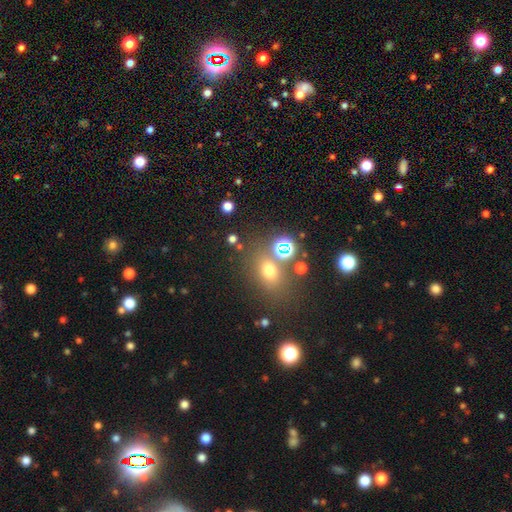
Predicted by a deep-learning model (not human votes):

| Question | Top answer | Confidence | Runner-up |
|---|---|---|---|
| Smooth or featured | smooth | 53% | star or artifact (35%) |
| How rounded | round | 55% | in between (43%) |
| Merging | none | 67% | merger (18%) |